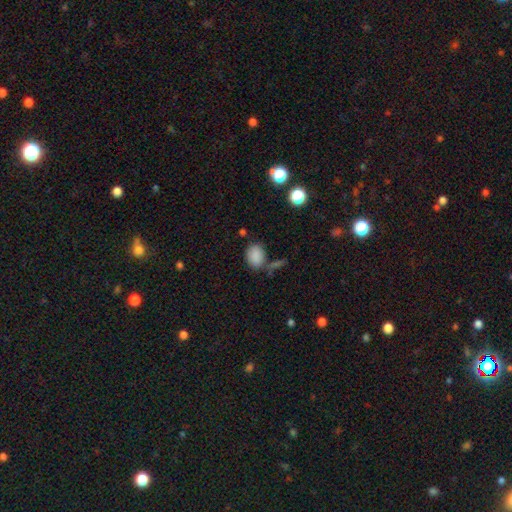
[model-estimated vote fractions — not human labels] Q: Smooth or featured?
A: smooth (86%); runner-up: star or artifact (9%)
Q: How rounded?
A: in between (68%); runner-up: round (30%)
Q: Merging?
A: none (68%); runner-up: minor disturbance (16%)